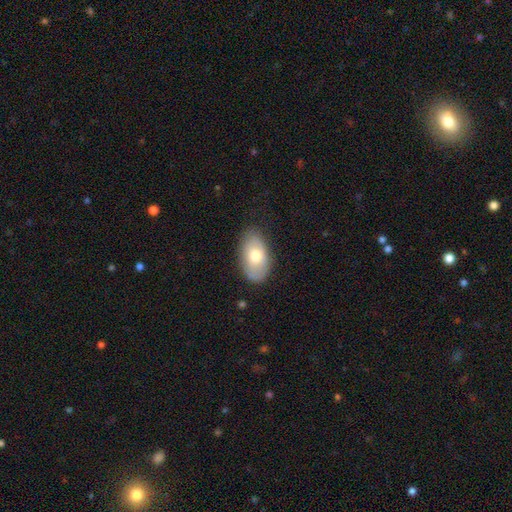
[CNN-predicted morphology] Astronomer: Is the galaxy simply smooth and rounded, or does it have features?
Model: smooth — 66%.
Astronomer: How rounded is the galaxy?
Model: in between — 93%.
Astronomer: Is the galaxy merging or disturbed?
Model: none — 80%.